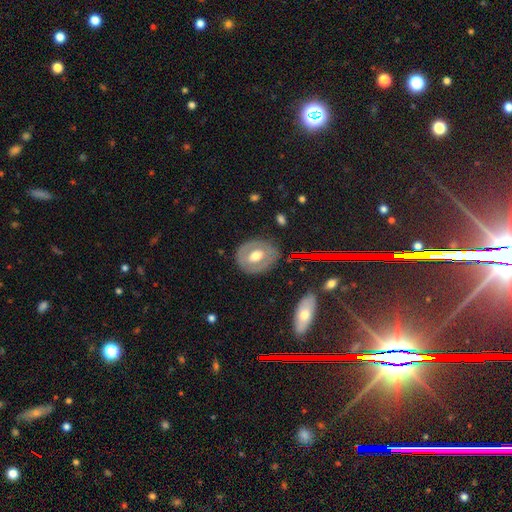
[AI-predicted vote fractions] A featured or disk galaxy (53%). Merging: none (78%).